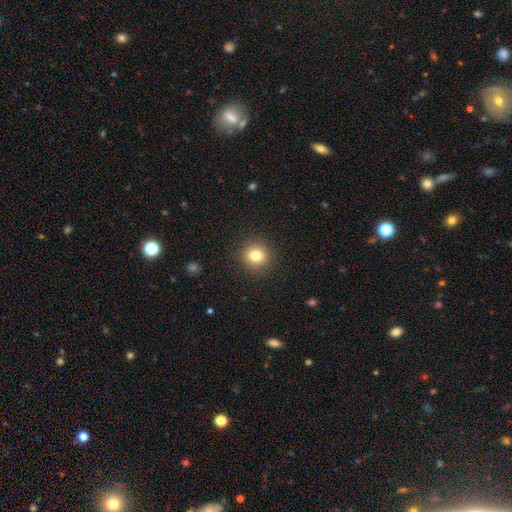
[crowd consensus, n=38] Smooth or featured: smooth — 95% (featured or disk — 5%)
How rounded: round — 81% (in between — 19%)
Merging: none — 95% (minor disturbance — 3%)